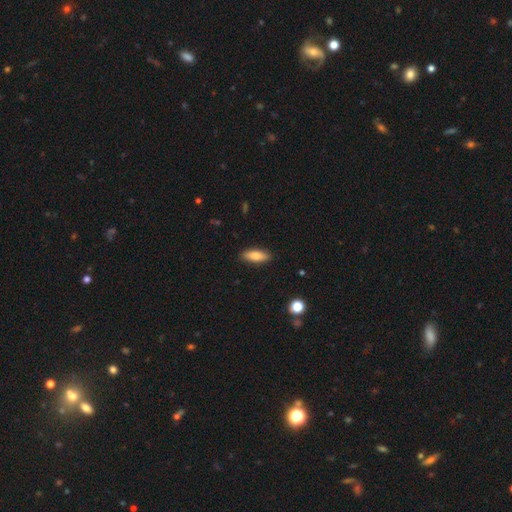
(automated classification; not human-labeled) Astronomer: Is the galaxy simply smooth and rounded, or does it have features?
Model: smooth — 83%.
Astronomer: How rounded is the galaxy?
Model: in between — 66%.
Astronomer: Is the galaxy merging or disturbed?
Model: none — 88%.